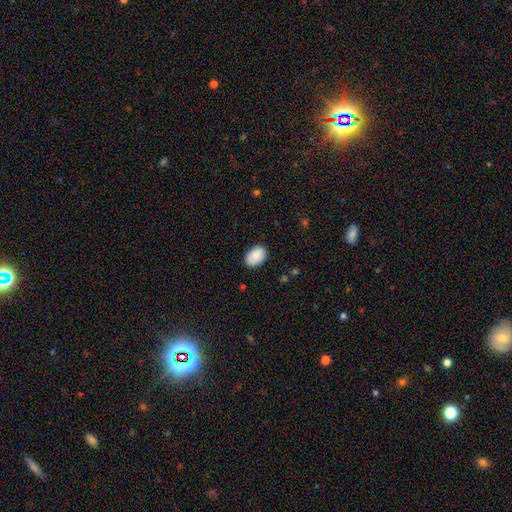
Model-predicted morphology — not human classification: smooth 88%, star or artifact 6%, featured or disk 5%. Down the decision tree: how rounded — in between (87%); merging — none (85%).